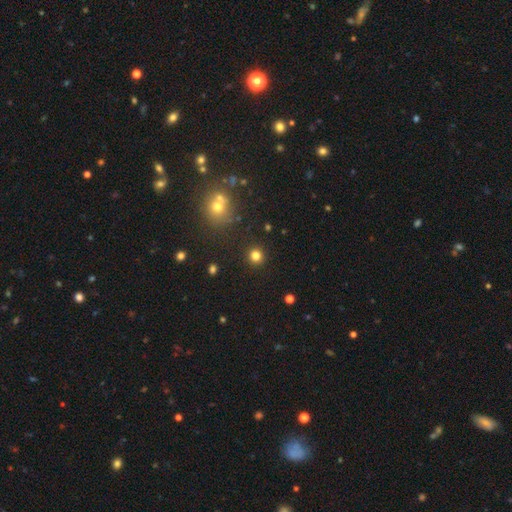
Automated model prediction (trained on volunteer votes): Smooth or featured? smooth (80%)
How rounded? round (94%)
Merging? none (91%)